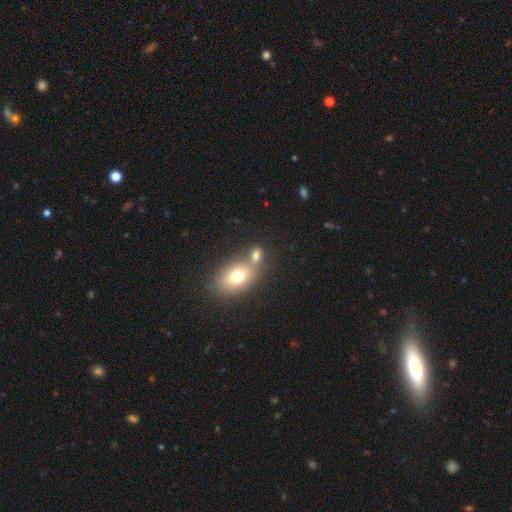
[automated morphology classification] type=smooth (75%); roundness=in between (72%); merging=none (44%).